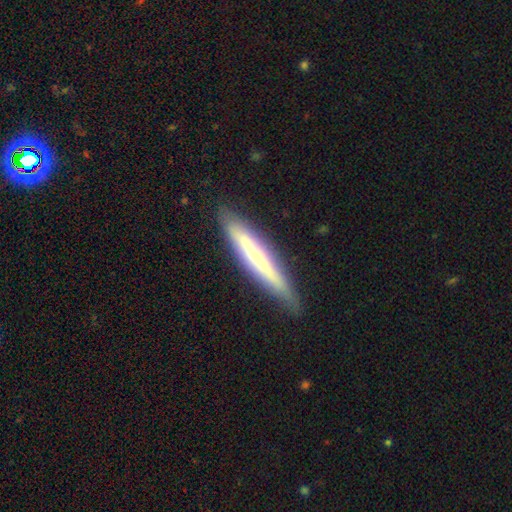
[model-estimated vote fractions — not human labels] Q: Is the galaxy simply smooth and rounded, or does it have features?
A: smooth — 53%.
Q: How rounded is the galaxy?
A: cigar-shaped — 94%.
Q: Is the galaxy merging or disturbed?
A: none — 85%.